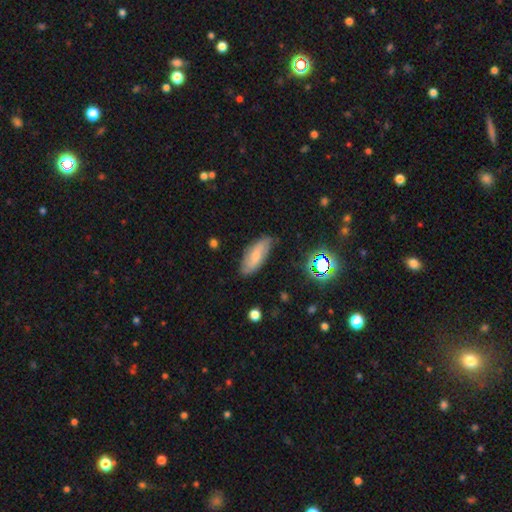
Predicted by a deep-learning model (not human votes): smooth-or-featured: smooth: 58% | featured or disk: 33% | star or artifact: 9%
  how-rounded: in between: 75% | cigar-shaped: 23% | round: 3%
  merging: none: 78% | minor disturbance: 17% | major disturbance: 3% | merger: 2%